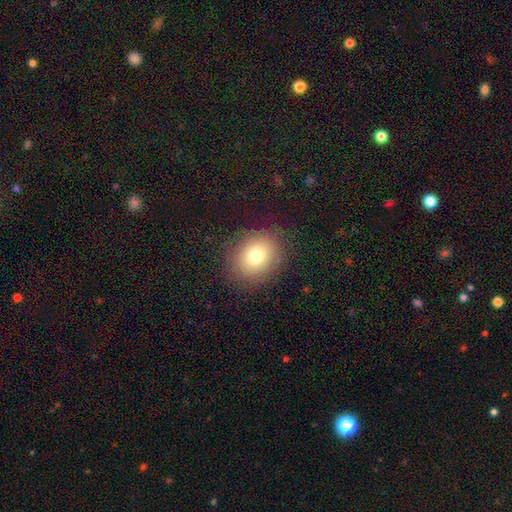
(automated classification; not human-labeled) A smooth galaxy with no disk features (75%) that is round (58%). Merging: none (85%).